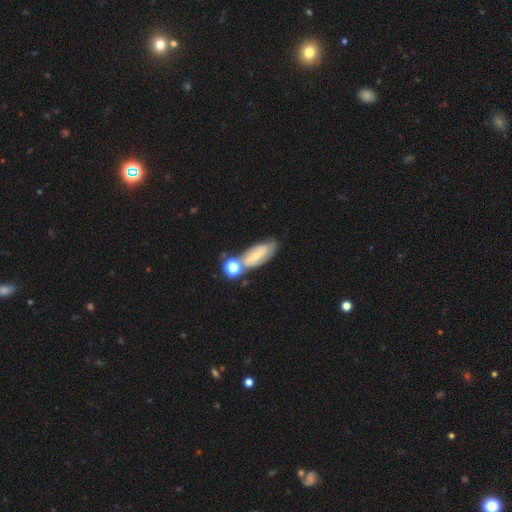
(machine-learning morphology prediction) featured or disk 56%, smooth 35%, star or artifact 9%. Down the decision tree: edge-on disk — no (89%); merging — none (53%).